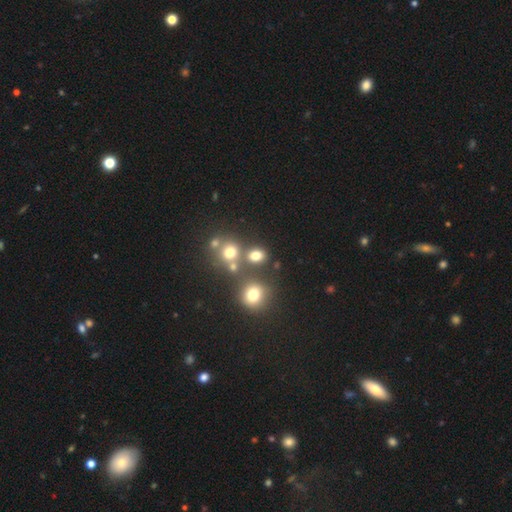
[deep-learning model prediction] Smooth or featured?
  - smooth: 74% *
  - star or artifact: 17%
  - featured or disk: 9%
How rounded?
  - round: 60% *
  - in between: 39%
  - cigar-shaped: 1%
Merging?
  - none: 63% *
  - merger: 22%
  - minor disturbance: 10%
  - major disturbance: 5%